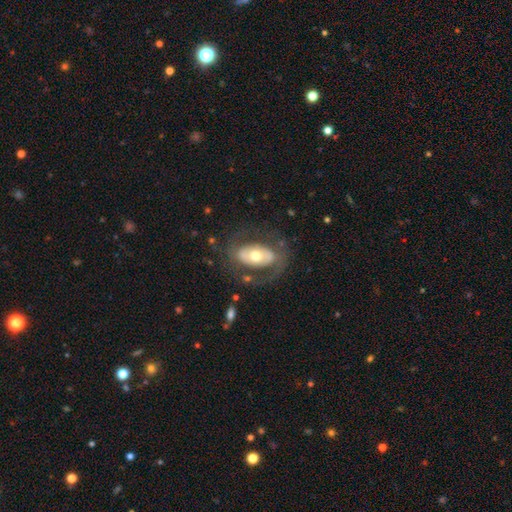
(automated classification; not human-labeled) Q: Smooth or featured?
A: featured or disk (60%); runner-up: smooth (34%)
Q: Edge-on disk?
A: no (91%); runner-up: yes (9%)
Q: Bar?
A: no (60%); runner-up: weak (22%)
Q: Spiral arms?
A: no (54%); runner-up: yes (46%)
Q: Bulge size?
A: moderate (68%); runner-up: small (17%)
Q: Merging?
A: none (66%); runner-up: major disturbance (16%)